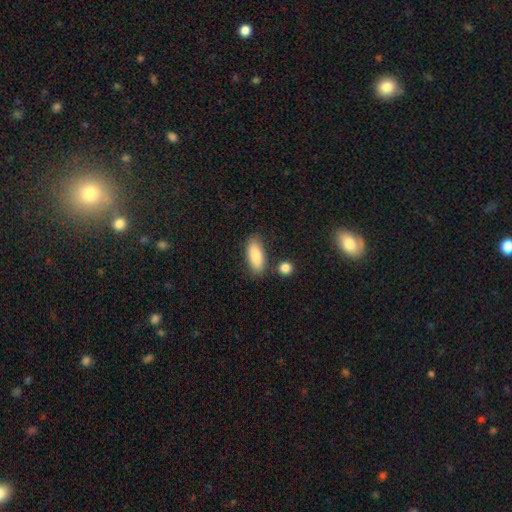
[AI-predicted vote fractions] This is clearly a smooth galaxy (84%). How rounded: clearly in between (82%). Merging: likely none (79%).